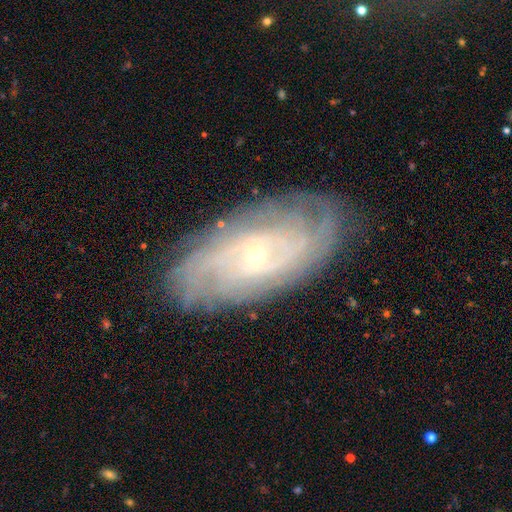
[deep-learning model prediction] This appears to be a featured or disk galaxy (82%) with no bar (66%), tight (73%) spiral arms (93%) and a small central bulge (82%). Merging: none (82%).